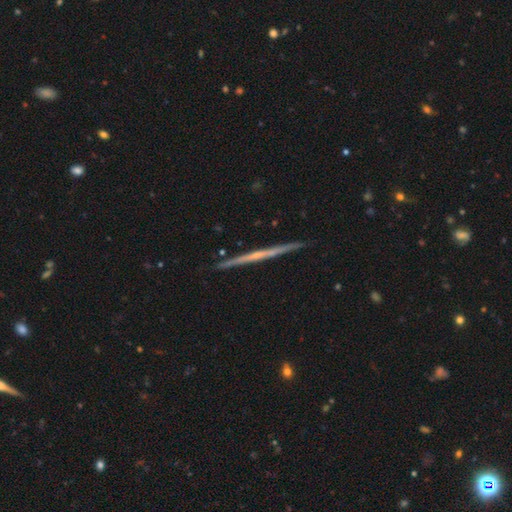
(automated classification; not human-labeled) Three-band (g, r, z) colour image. It shows a featured or disk galaxy (70%) viewed edge-on (98%) with no central bulge (78%). Merging: none (91%).